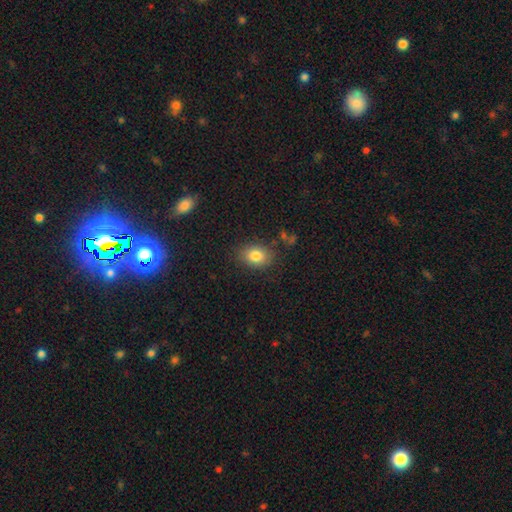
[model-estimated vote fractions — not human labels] Q: Smooth or featured?
A: smooth (82%); runner-up: star or artifact (10%)
Q: How rounded?
A: in between (66%); runner-up: round (33%)
Q: Merging?
A: none (83%); runner-up: minor disturbance (12%)